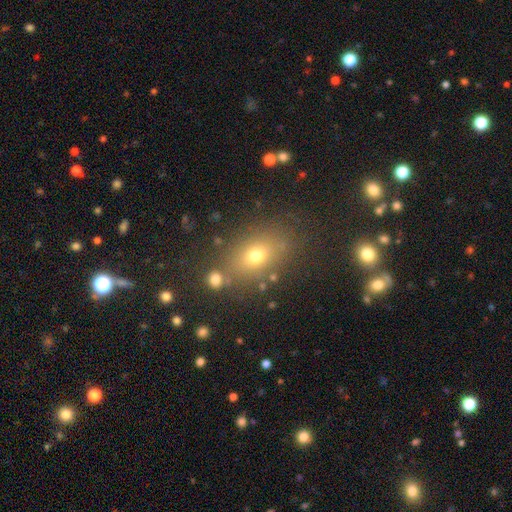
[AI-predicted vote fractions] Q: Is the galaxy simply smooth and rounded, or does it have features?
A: smooth — 68%.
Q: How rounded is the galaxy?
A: in between — 70%.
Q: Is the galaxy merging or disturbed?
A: none — 76%.